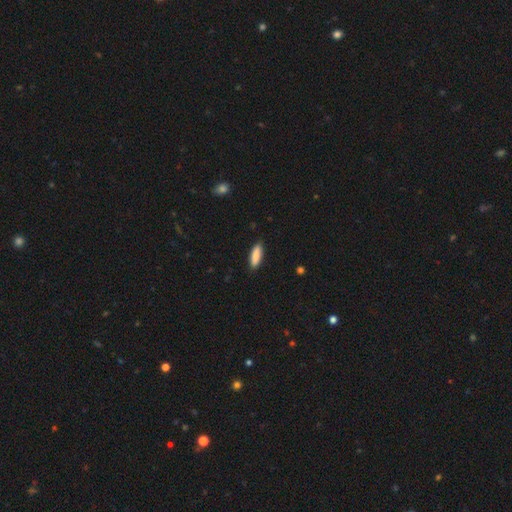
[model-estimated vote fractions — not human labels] Morphology: type=smooth (86%); roundness=in between (53%); merging=none (87%).